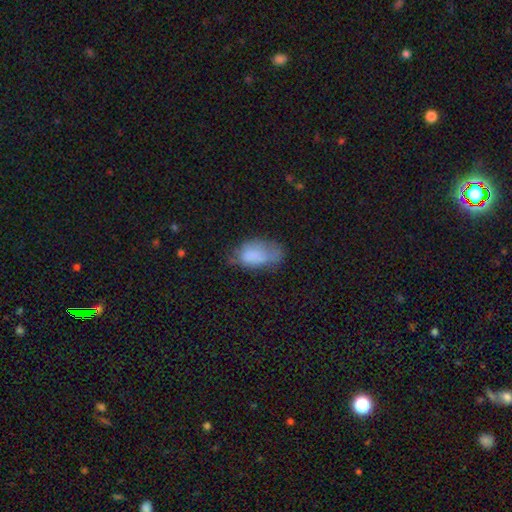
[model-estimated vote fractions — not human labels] This appears to be a smooth galaxy with no disk features (75%) that is in between round and cigar-shaped (93%). Merging: minor disturbance (36%).